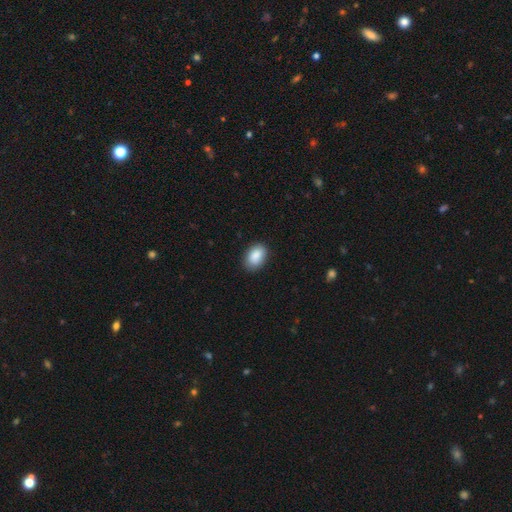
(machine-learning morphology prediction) Q: Smooth or featured?
A: smooth (89%); runner-up: star or artifact (7%)
Q: How rounded?
A: in between (88%); runner-up: round (11%)
Q: Merging?
A: none (87%); runner-up: minor disturbance (10%)